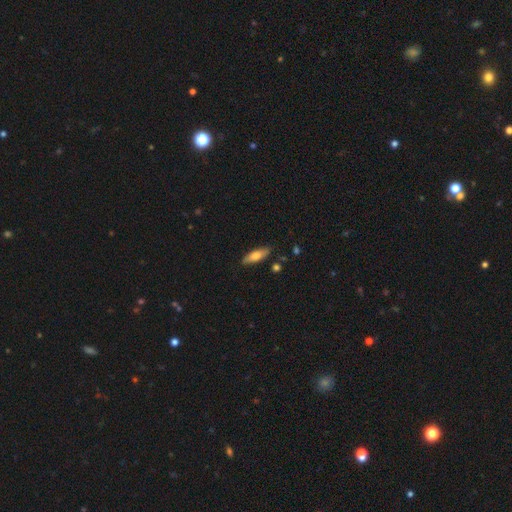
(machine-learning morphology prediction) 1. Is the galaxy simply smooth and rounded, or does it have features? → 70% smooth, 24% featured or disk, 6% star or artifact.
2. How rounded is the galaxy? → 51% in between, 47% cigar-shaped, 2% round.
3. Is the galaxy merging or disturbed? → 85% none, 11% minor disturbance, 2% major disturbance, 2% merger.